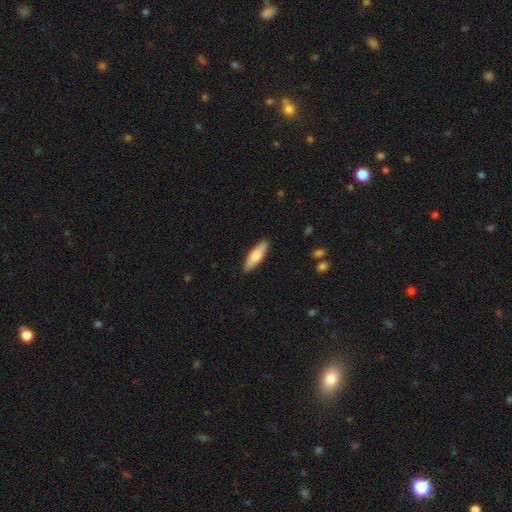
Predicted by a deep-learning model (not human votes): Smooth or featured? smooth (71%)
How rounded? cigar-shaped (58%)
Merging? none (89%)